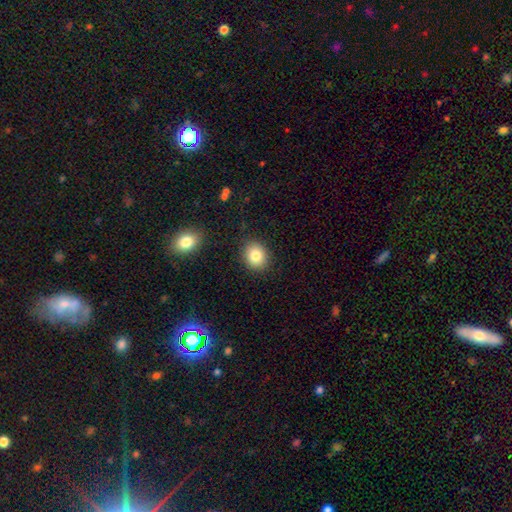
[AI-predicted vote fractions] A smooth galaxy with no disk features (83%) that is round (68%). Merging: none (88%).